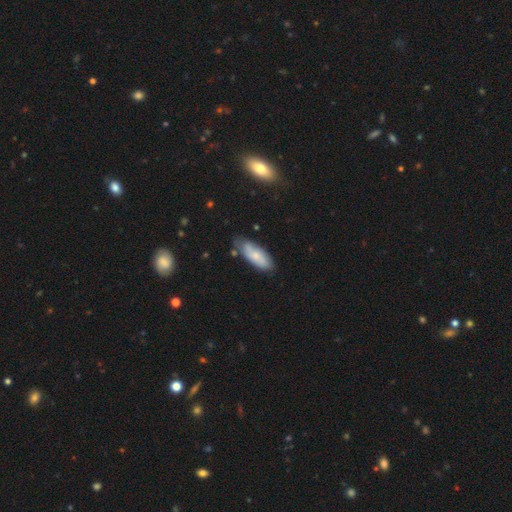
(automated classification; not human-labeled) Overall: smooth (66%; featured or disk 27%). How rounded: in between (74%). Merging: none (68%).